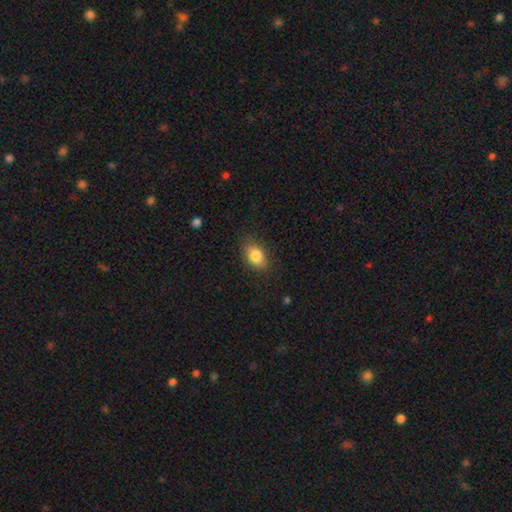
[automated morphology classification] smooth 84%, star or artifact 8%, featured or disk 8%. Down the decision tree: how rounded — in between (81%); merging — none (81%).